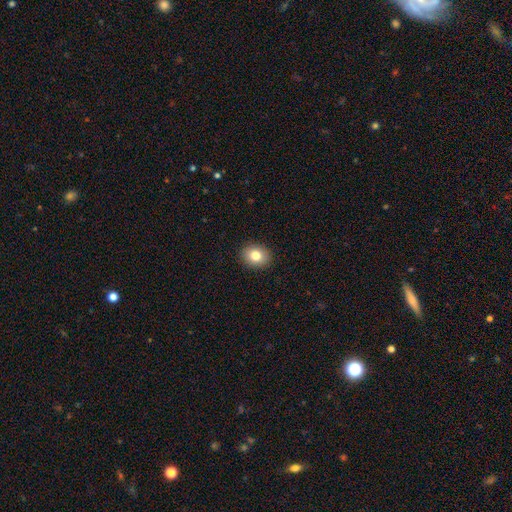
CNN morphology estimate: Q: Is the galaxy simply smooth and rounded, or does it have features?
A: smooth — 81%.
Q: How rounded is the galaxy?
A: round — 55%.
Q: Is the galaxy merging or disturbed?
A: none — 91%.